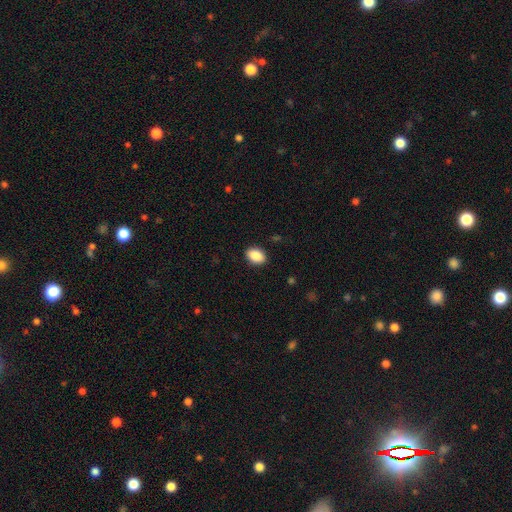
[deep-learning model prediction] smooth-or-featured: smooth: 89% | star or artifact: 7% | featured or disk: 4%
  how-rounded: in between: 83% | round: 16% | cigar-shaped: 1%
  merging: none: 90% | minor disturbance: 8% | major disturbance: 2% | merger: 1%